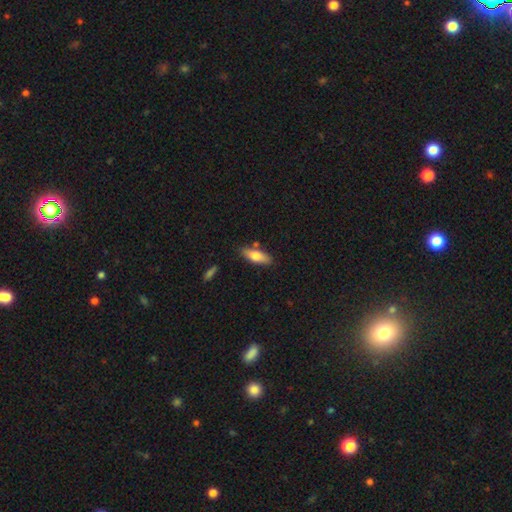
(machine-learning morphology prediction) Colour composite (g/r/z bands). It shows a smooth galaxy with no disk features (68%) that is in between round and cigar-shaped (55%). Merging: none (79%).